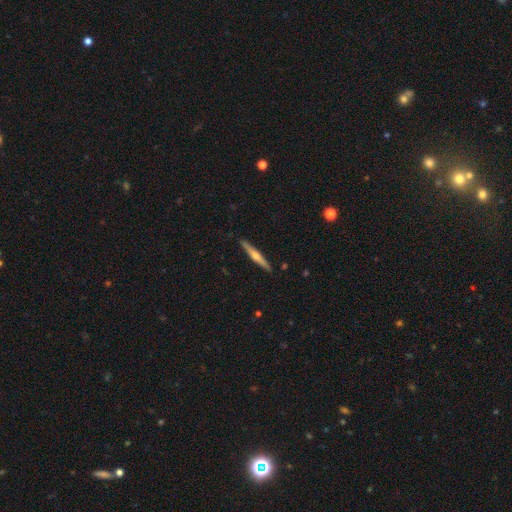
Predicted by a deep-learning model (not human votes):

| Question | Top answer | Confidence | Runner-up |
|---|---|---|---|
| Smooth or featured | featured or disk | 61% | smooth (34%) |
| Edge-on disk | yes | 97% | no (3%) |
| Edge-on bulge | rounded | 85% | none (11%) |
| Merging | none | 91% | minor disturbance (7%) |